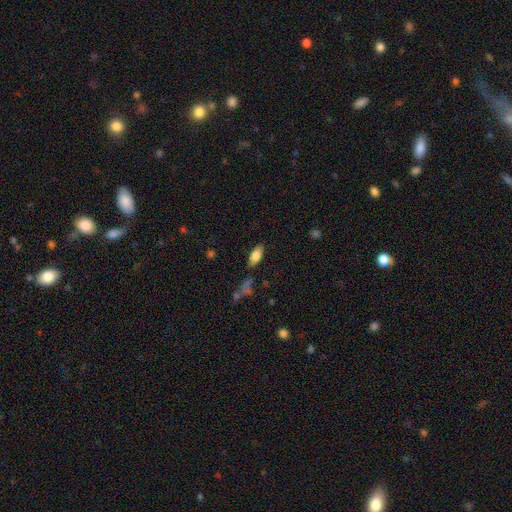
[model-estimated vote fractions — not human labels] Q: Smooth or featured?
A: smooth (77%); runner-up: featured or disk (15%)
Q: How rounded?
A: in between (84%); runner-up: cigar-shaped (13%)
Q: Merging?
A: none (77%); runner-up: minor disturbance (15%)